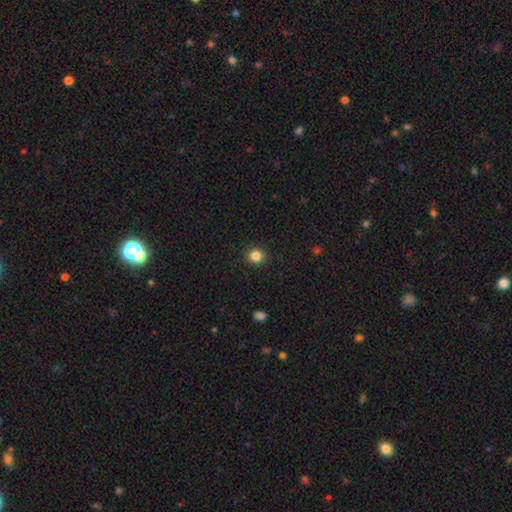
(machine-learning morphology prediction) Smooth or featured: smooth — 85% (star or artifact — 11%)
How rounded: round — 92% (in between — 7%)
Merging: none — 91% (minor disturbance — 6%)